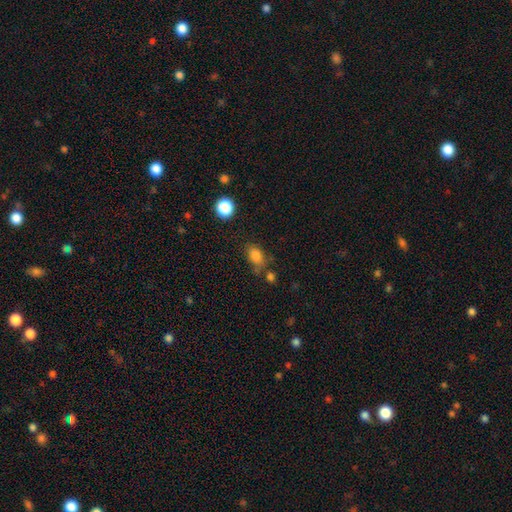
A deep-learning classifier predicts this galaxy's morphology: smooth 82%, star or artifact 12%, featured or disk 6%. Down the decision tree: how rounded — in between (74%); merging — none (60%).